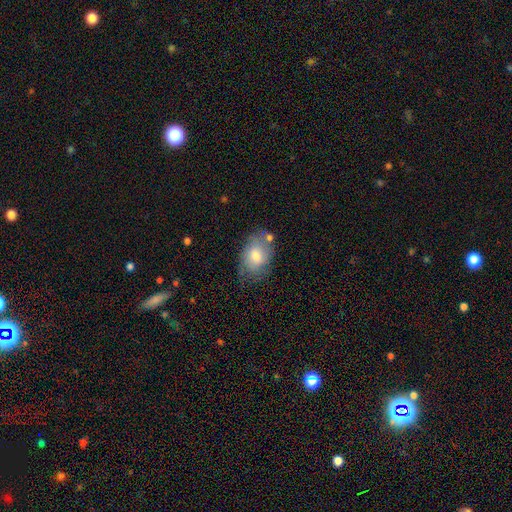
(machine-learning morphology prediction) Q: Smooth or featured?
A: smooth (61%); runner-up: featured or disk (30%)
Q: How rounded?
A: in between (81%); runner-up: round (18%)
Q: Merging?
A: none (63%); runner-up: minor disturbance (24%)